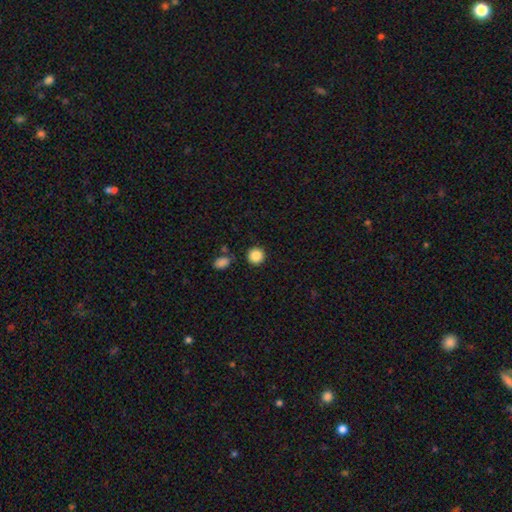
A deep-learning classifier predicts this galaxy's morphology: Smooth or featured?
  - smooth: 87% *
  - star or artifact: 9%
  - featured or disk: 4%
How rounded?
  - round: 93% *
  - in between: 6%
  - cigar-shaped: 1%
Merging?
  - none: 87% *
  - minor disturbance: 7%
  - merger: 3%
  - major disturbance: 2%